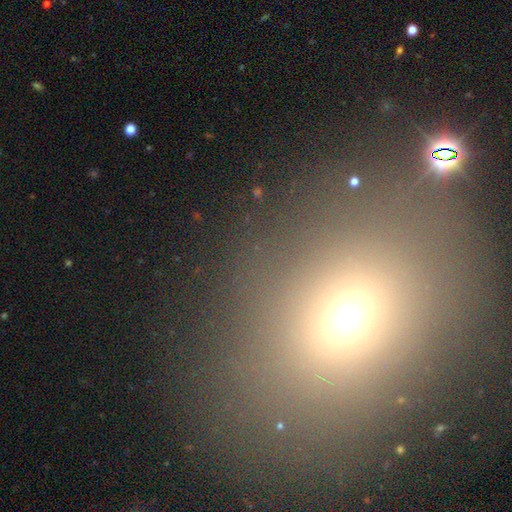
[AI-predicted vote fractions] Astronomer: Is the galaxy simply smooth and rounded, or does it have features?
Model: smooth — 59%.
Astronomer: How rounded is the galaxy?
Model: round — 55% (runner-up: in between, 43%).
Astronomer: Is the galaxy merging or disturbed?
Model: none — 79%.